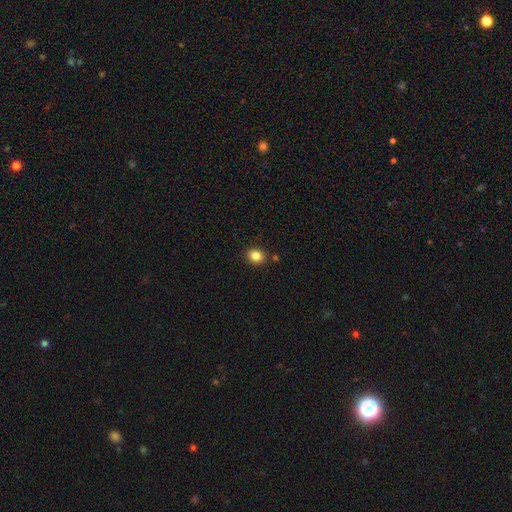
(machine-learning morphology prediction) This appears to be a smooth galaxy with no disk features (85%) that is round (61%). Merging: none (86%).